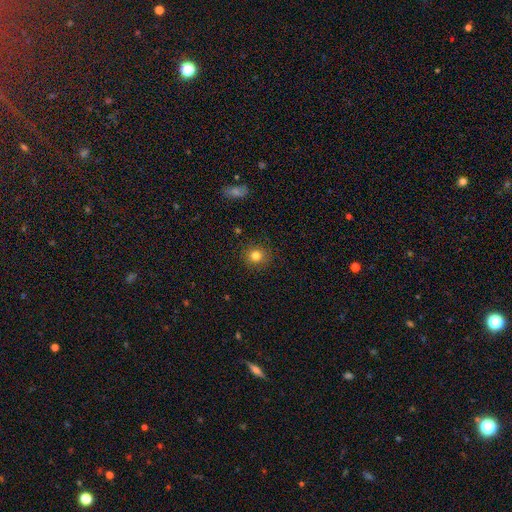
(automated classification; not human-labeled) This is clearly a smooth galaxy (80%). How rounded: clearly round (88%). Merging: clearly none (89%).